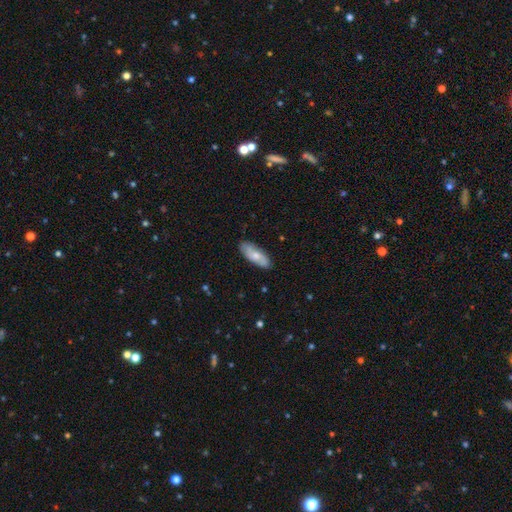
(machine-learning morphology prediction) This is likely a smooth galaxy (64%). How rounded: likely in between (74%). Merging: clearly none (84%).